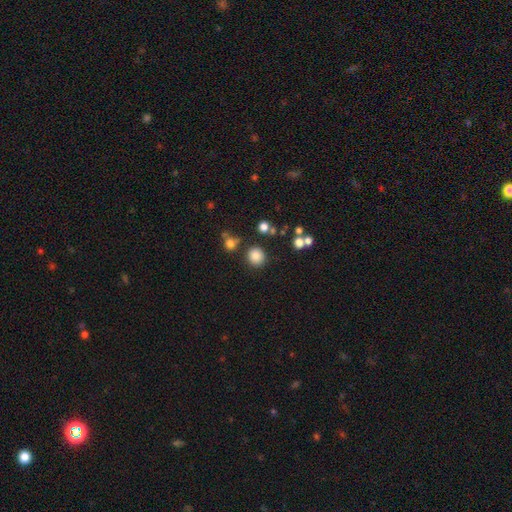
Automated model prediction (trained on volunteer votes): Morphology: type=smooth (82%); roundness=round (90%); merging=none (83%).